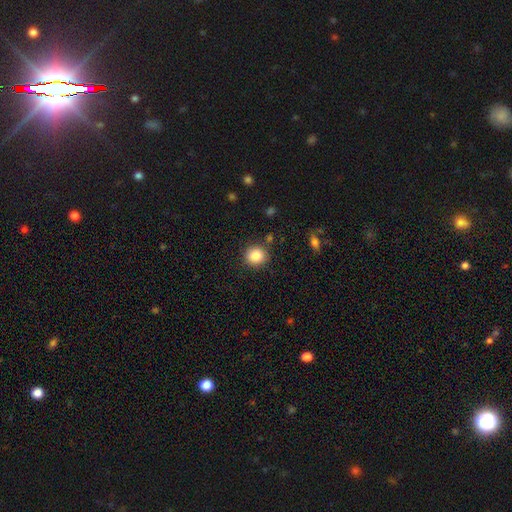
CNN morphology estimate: smooth 85%, star or artifact 10%, featured or disk 5%. Down the decision tree: how rounded — round (83%); merging — none (88%).